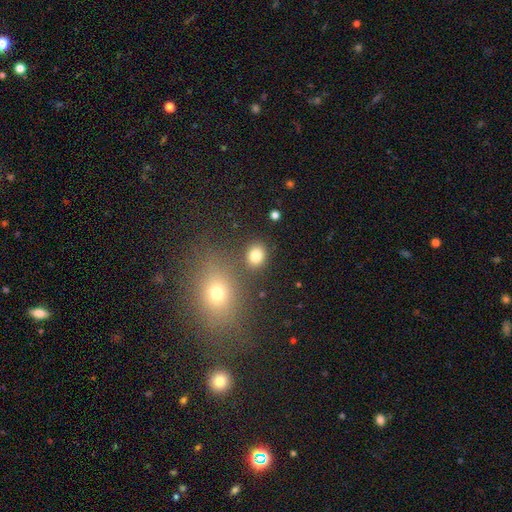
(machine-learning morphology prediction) smooth-or-featured: smooth: 81% | star or artifact: 13% | featured or disk: 7%
  how-rounded: round: 62% | in between: 37% | cigar-shaped: 1%
  merging: none: 80% | minor disturbance: 9% | merger: 8% | major disturbance: 3%